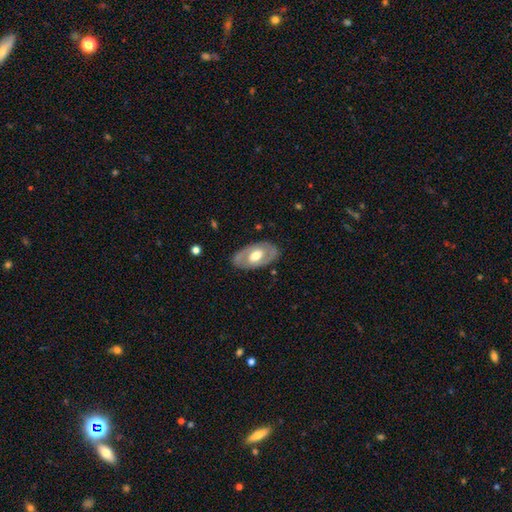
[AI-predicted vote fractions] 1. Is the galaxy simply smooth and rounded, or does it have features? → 57% featured or disk, 38% smooth, 5% star or artifact.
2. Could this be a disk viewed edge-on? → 89% no, 11% yes.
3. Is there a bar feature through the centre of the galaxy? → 60% no, 28% weak, 11% strong.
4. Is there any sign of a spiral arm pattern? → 71% no, 29% yes.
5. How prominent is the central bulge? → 63% moderate, 28% large, 7% small, 1% dominant, 1% none.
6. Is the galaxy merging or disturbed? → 82% none, 13% minor disturbance, 4% major disturbance, 1% merger.